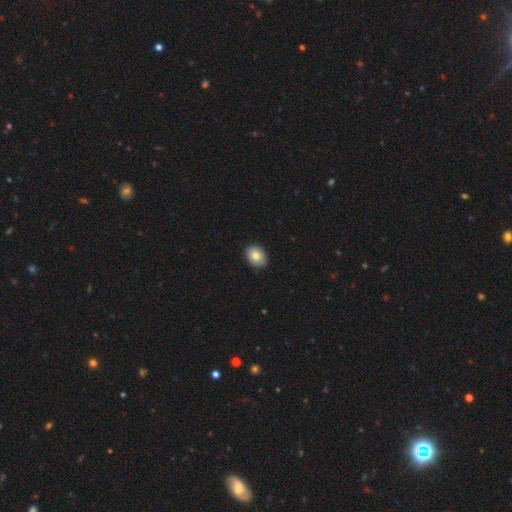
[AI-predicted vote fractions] smooth 79%, featured or disk 13%, star or artifact 8%. Down the decision tree: how rounded — in between (62%); merging — none (89%).